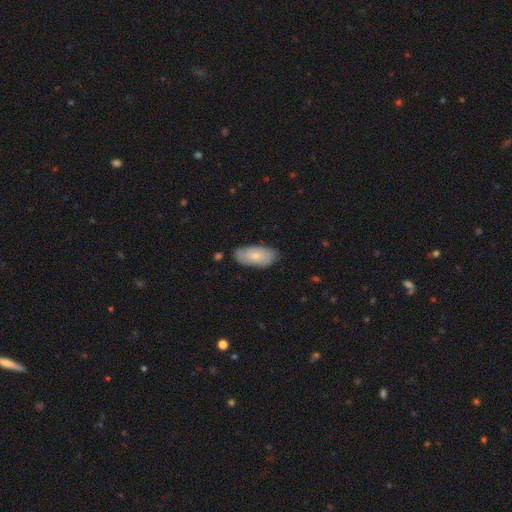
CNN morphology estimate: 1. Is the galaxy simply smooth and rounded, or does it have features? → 68% smooth, 26% featured or disk, 6% star or artifact.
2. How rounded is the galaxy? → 92% in between, 5% cigar-shaped, 2% round.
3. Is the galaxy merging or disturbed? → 78% none, 18% minor disturbance, 3% major disturbance, 1% merger.